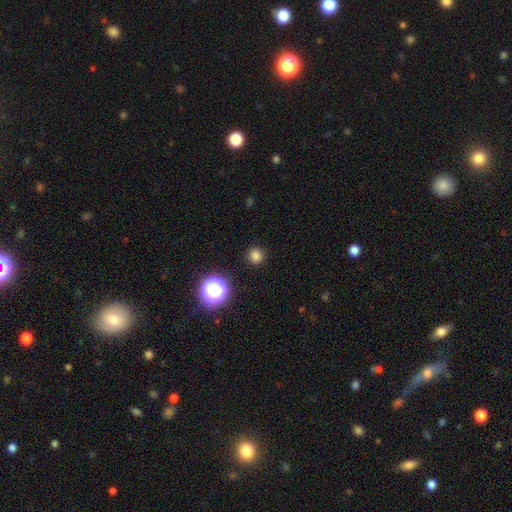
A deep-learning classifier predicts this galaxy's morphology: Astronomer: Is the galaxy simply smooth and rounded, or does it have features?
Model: smooth — 79%.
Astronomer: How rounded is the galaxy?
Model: round — 94%.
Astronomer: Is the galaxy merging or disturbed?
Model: none — 91%.